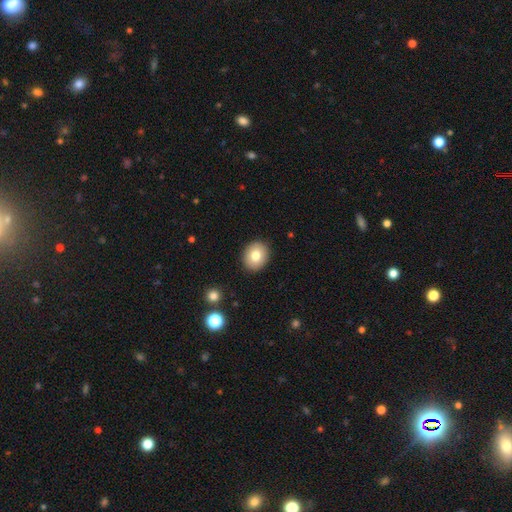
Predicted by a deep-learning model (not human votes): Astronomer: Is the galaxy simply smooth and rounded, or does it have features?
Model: smooth — 78%.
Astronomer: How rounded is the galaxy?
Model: round — 62%.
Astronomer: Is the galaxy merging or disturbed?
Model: none — 90%.